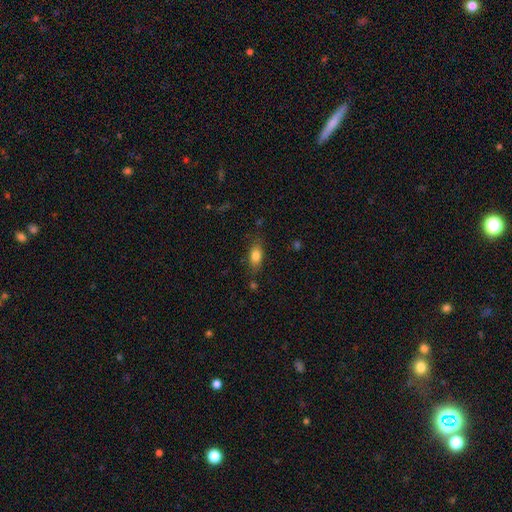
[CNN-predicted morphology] This appears to be a smooth galaxy with no disk features (80%) that is in between round and cigar-shaped (82%). Merging: none (76%).